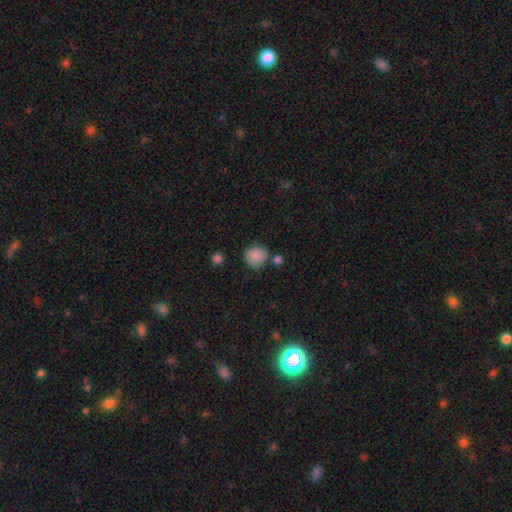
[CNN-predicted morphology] The model was most divided on "merging": none: 71%, minor disturbance: 16%, merger: 9%, major disturbance: 4%. More confident: how rounded — round (87%); smooth or featured — smooth (86%).